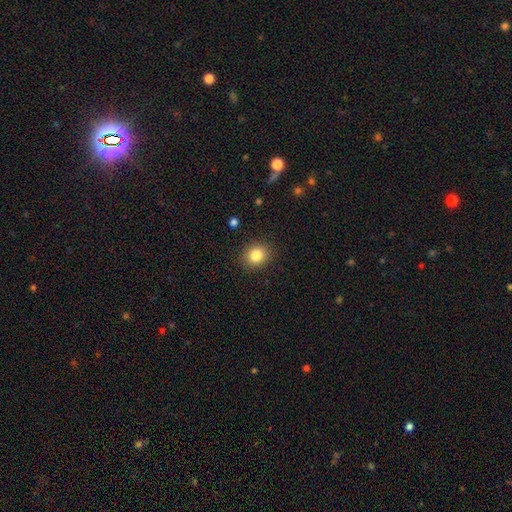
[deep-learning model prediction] A smooth galaxy with no disk features (83%) that is round (69%).

Vote fractions:
- Smooth or featured? smooth: 83% / star or artifact: 10% / featured or disk: 6%
- How rounded? round: 69% / in between: 30% / cigar-shaped: 1%
- Merging? none: 89% / minor disturbance: 8% / major disturbance: 2% / merger: 1%